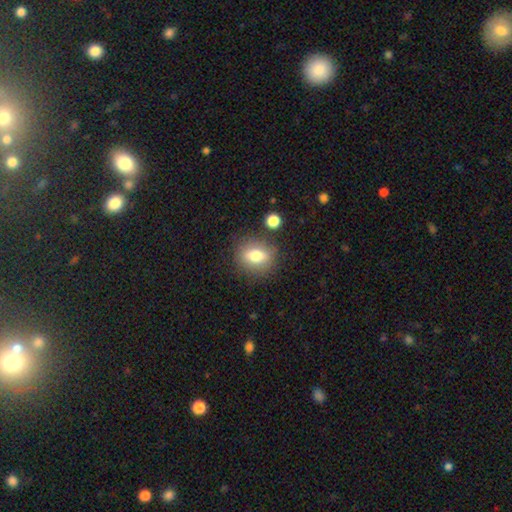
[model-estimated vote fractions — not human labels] Overall: smooth (72%). How rounded: round (51%; in between 46%). Merging: none (81%).